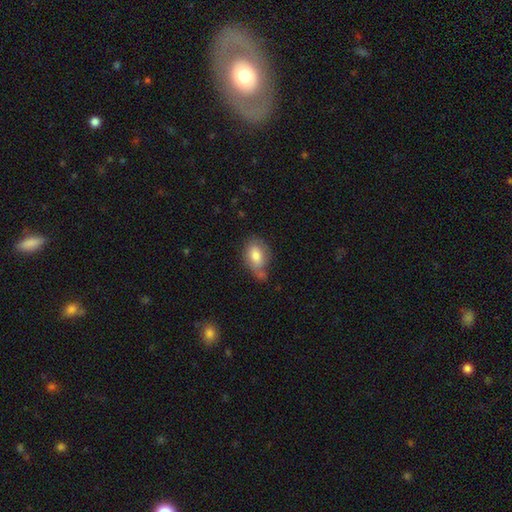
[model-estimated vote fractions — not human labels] Smooth or featured? smooth (77%)
How rounded? in between (85%)
Merging? none (48%)